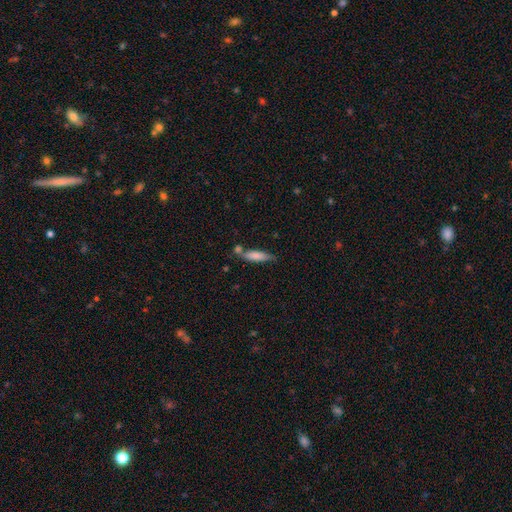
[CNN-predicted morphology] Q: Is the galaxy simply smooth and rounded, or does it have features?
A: smooth — 74%.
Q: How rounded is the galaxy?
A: cigar-shaped — 72%.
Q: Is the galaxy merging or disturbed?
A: none — 58%.